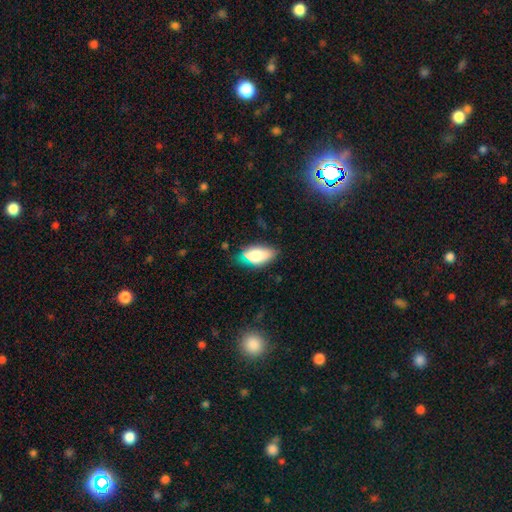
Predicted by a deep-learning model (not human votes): This is likely a smooth galaxy (77%). How rounded: clearly in between (91%). Merging: likely none (65%).